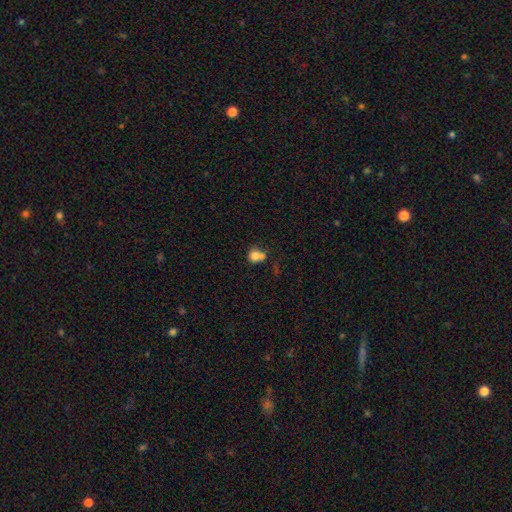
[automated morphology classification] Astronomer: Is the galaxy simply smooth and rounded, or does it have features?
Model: smooth — 78%.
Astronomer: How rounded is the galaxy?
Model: round — 73%.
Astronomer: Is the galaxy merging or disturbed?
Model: none — 40% (runner-up: merger, 32%).